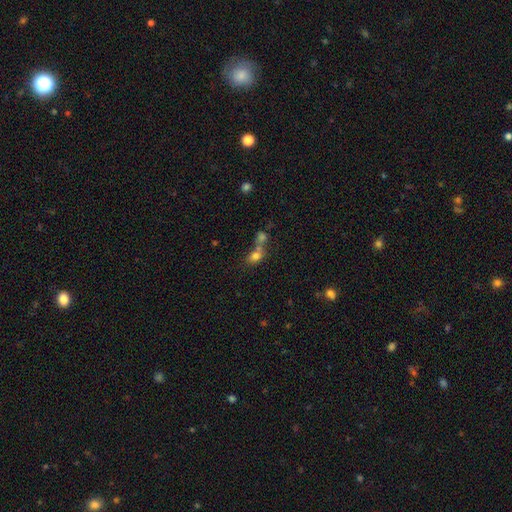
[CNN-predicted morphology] smooth-or-featured: smooth: 76% | star or artifact: 13% | featured or disk: 11%
  how-rounded: in between: 63% | round: 35% | cigar-shaped: 2%
  merging: merger: 53% | none: 33% | minor disturbance: 8% | major disturbance: 5%